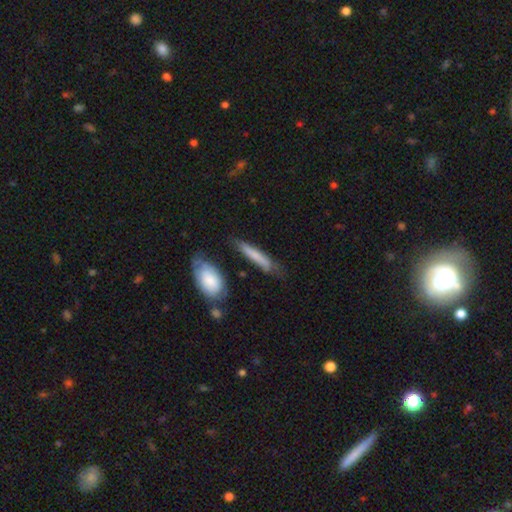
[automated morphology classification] smooth 67%, featured or disk 27%, star or artifact 6%. Down the decision tree: how rounded — cigar-shaped (86%); merging — none (62%).